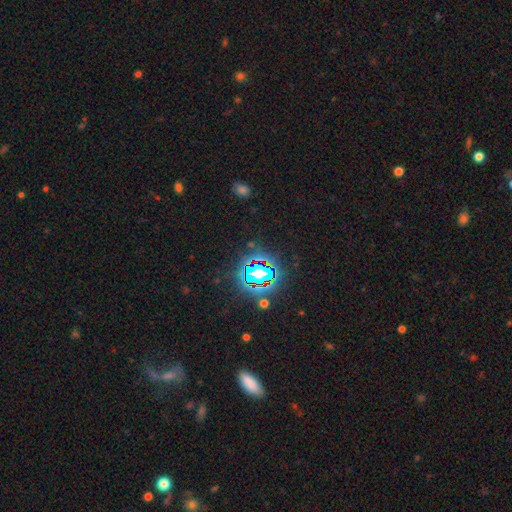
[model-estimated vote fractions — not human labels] This is clearly a star or artifact rather than a galaxy (80%).